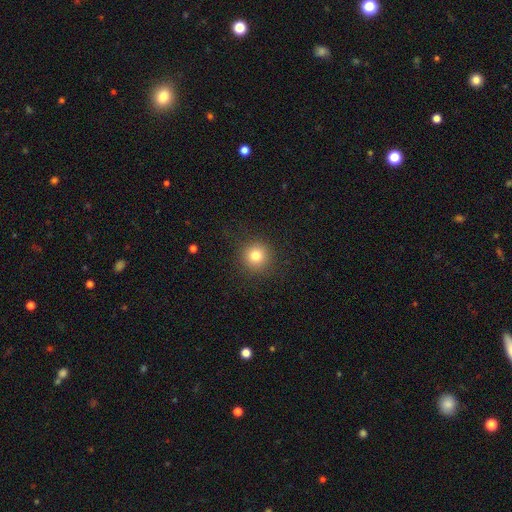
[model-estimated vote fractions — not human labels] This is clearly a smooth galaxy (80%). How rounded: clearly round (94%). Merging: clearly none (90%).